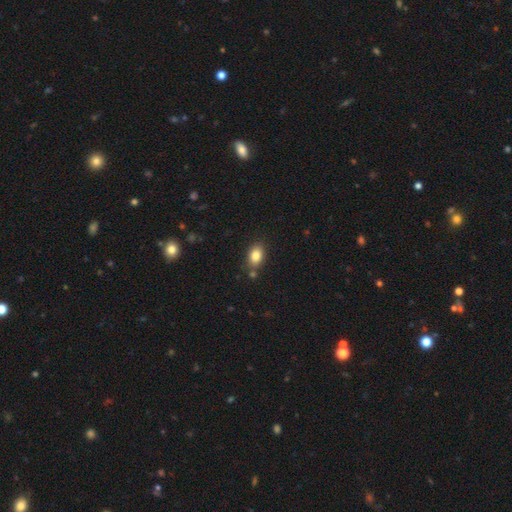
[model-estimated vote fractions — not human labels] smooth-or-featured: smooth: 83% | star or artifact: 9% | featured or disk: 8%
  how-rounded: in between: 81% | round: 17% | cigar-shaped: 2%
  merging: none: 76% | minor disturbance: 13% | merger: 8% | major disturbance: 3%